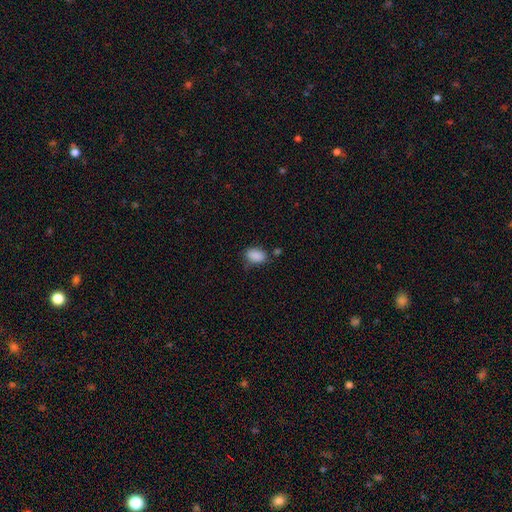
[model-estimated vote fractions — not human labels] smooth-or-featured: smooth: 88% | star or artifact: 8% | featured or disk: 4%
  how-rounded: in between: 87% | round: 11% | cigar-shaped: 2%
  merging: none: 67% | minor disturbance: 22% | merger: 6% | major disturbance: 5%